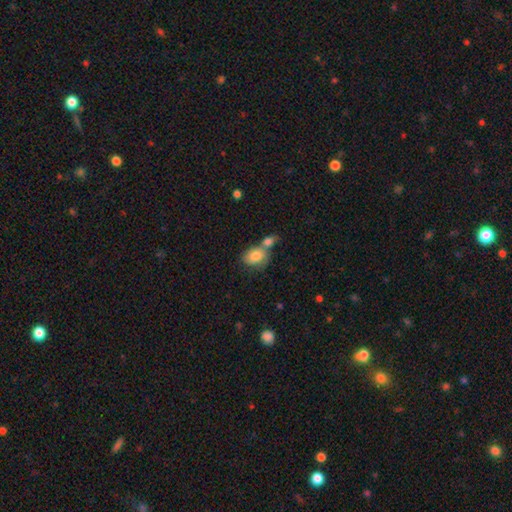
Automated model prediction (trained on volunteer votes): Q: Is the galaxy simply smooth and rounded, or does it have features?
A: smooth — 77%.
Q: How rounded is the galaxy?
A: in between — 66%.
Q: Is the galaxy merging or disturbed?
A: merger — 50%.